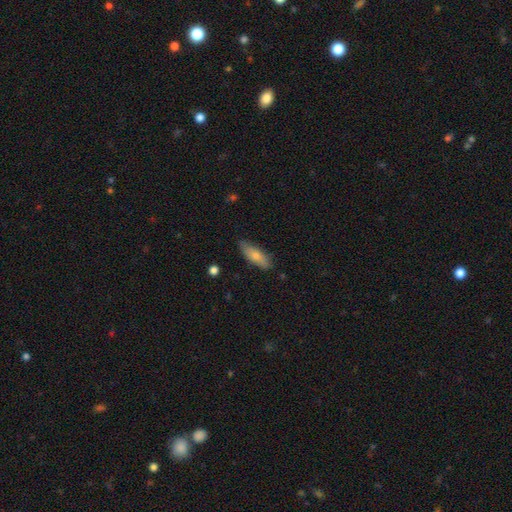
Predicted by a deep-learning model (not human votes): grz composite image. It shows a smooth galaxy with no disk features (77%) that is in between round and cigar-shaped (63%). Merging: none (80%).